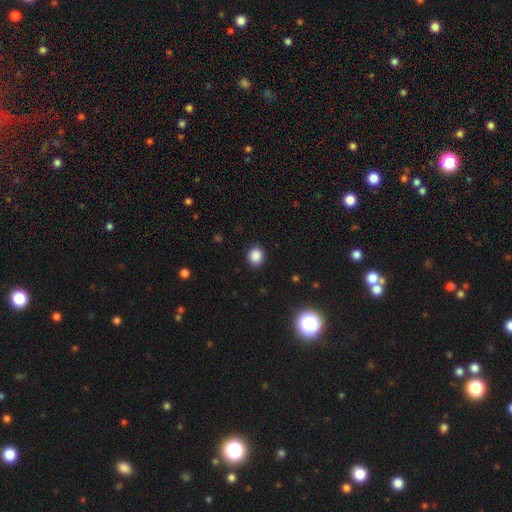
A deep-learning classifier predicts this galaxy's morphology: smooth_or_featured: smooth (p=0.87) [alt: star or artifact p=0.10]
how_rounded: round (p=0.76) [alt: in between p=0.23]
merging: none (p=0.91) [alt: minor disturbance p=0.06]